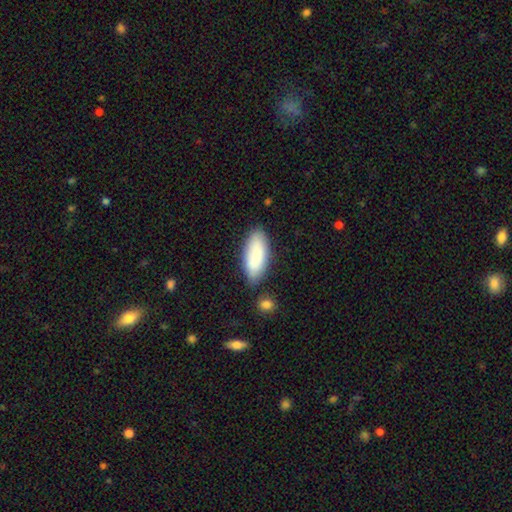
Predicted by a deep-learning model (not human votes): Smooth or featured? smooth (84%)
How rounded? in between (78%)
Merging? none (80%)